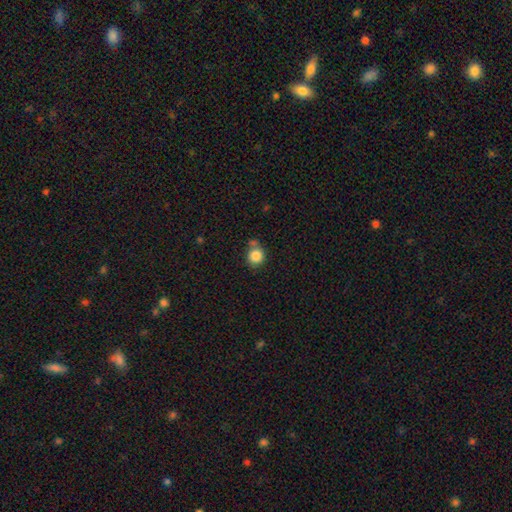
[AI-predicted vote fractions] A smooth galaxy with no disk features (85%) that is round (87%).

Vote fractions:
- Smooth or featured? smooth: 85% / star or artifact: 10% / featured or disk: 6%
- How rounded? round: 87% / in between: 12% / cigar-shaped: 1%
- Merging? none: 61% / merger: 20% / minor disturbance: 14% / major disturbance: 4%